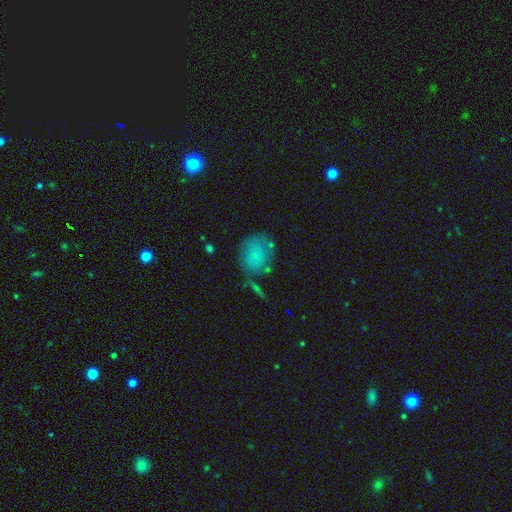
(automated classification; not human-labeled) Smooth or featured?
  - smooth: 77% *
  - featured or disk: 12%
  - star or artifact: 11%
How rounded?
  - round: 55% *
  - in between: 43%
  - cigar-shaped: 2%
Merging?
  - none: 63% *
  - minor disturbance: 21%
  - major disturbance: 9%
  - merger: 8%